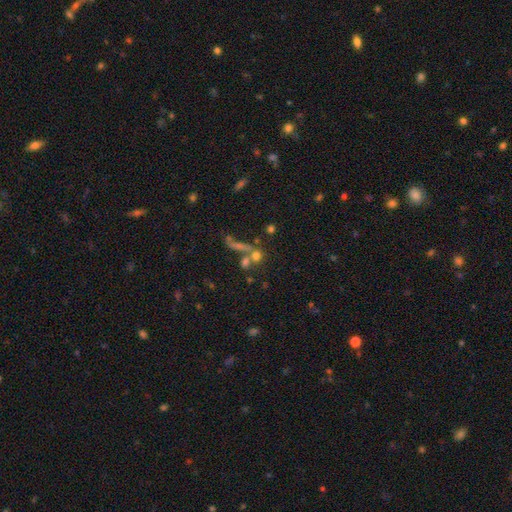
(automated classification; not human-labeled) smooth 64%, star or artifact 19%, featured or disk 17%. Down the decision tree: how rounded — round (80%); merging — none (47%).